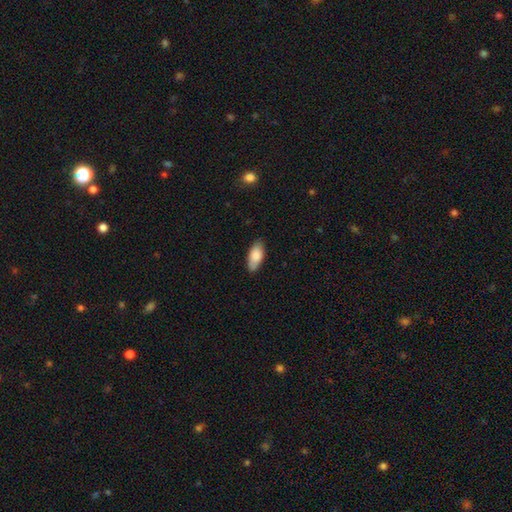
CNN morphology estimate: smooth 84%, featured or disk 10%, star or artifact 6%. Down the decision tree: how rounded — in between (87%); merging — none (83%).